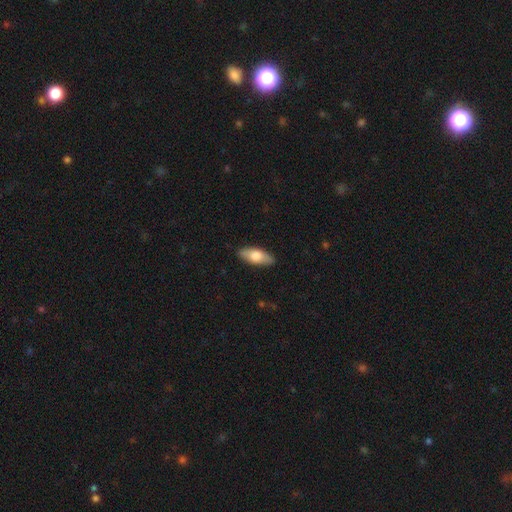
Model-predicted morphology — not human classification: Smooth or featured?
  - smooth: 70% *
  - featured or disk: 24%
  - star or artifact: 6%
How rounded?
  - in between: 79% *
  - cigar-shaped: 18%
  - round: 3%
Merging?
  - none: 88% *
  - minor disturbance: 9%
  - major disturbance: 2%
  - merger: 1%